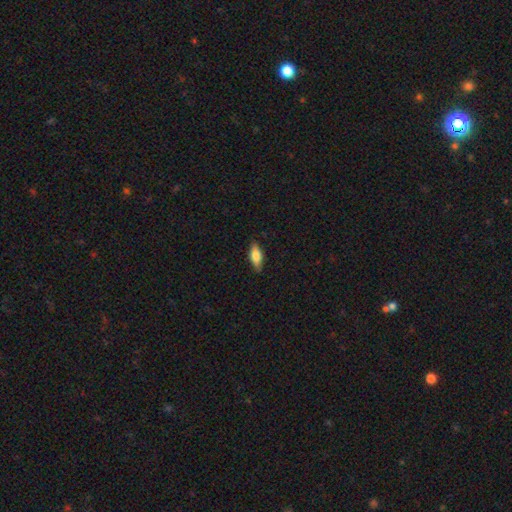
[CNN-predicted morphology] Overall: smooth (75%). How rounded: in between (76%). Merging: none (84%).